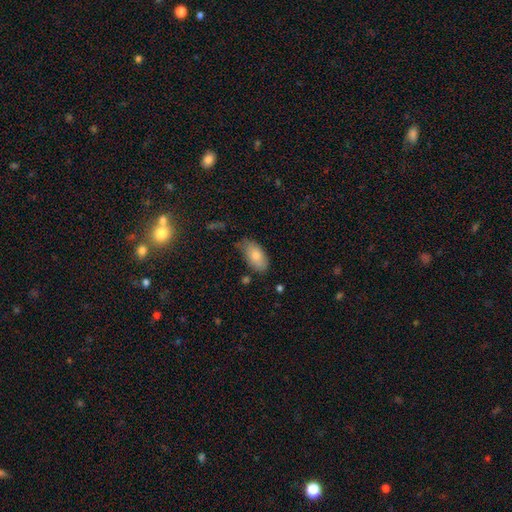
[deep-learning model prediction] This is likely a smooth galaxy (80%). How rounded: clearly in between (93%). Merging: likely none (67%).